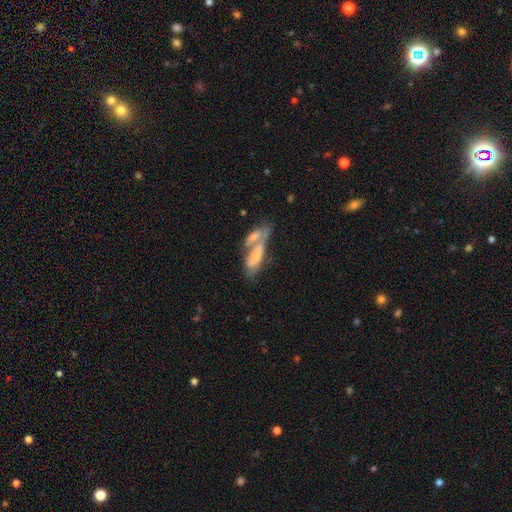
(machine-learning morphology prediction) Smooth or featured? Predicted: featured or disk (p=0.46, tied with smooth). Merging? Predicted: merger (p=0.65).